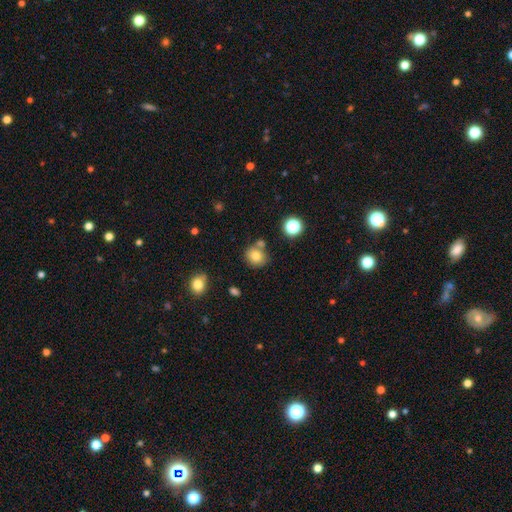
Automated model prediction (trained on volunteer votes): Overall: smooth (77%). How rounded: round (80%). Merging: none (66%).